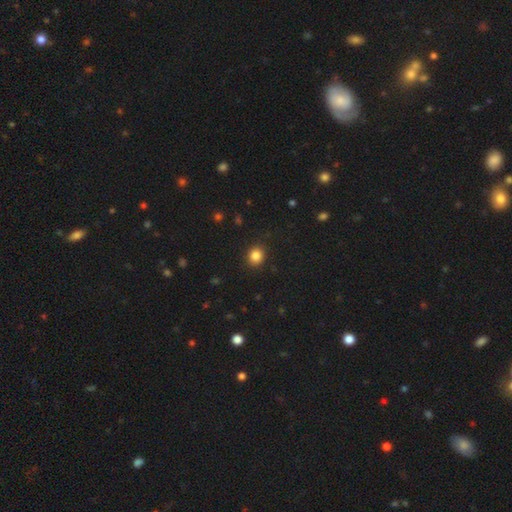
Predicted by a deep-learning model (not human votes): Smooth or featured? smooth (85%)
How rounded? round (77%)
Merging? none (90%)